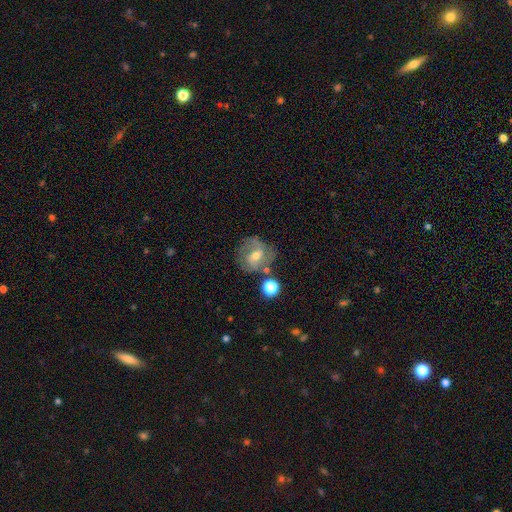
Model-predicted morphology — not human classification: The model was most divided on "bar": weak: 48%, no: 35%, strong: 18%. More confident: edge-on disk — no (96%); spiral arms — yes (81%); smooth or featured — featured or disk (61%); merging — none (60%); bulge size — moderate (57%).